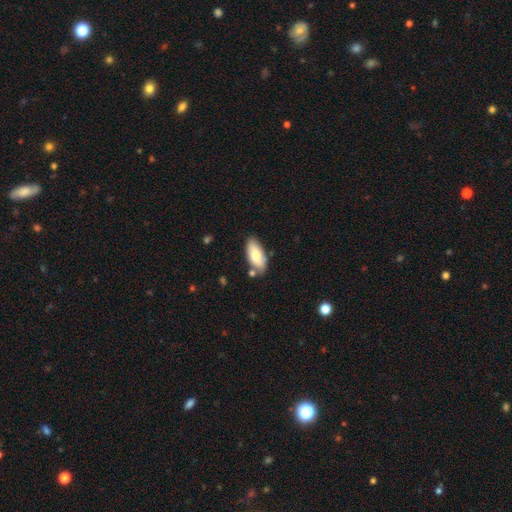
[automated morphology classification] smooth_or_featured: smooth (p=0.75) [alt: featured or disk p=0.19]
how_rounded: in between (p=0.87) [alt: cigar-shaped p=0.11]
merging: none (p=0.74) [alt: minor disturbance p=0.16]